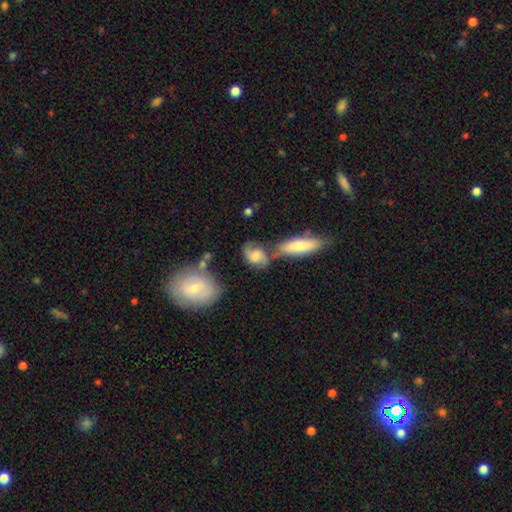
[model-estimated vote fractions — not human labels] A featured or disk galaxy (51%).

Vote fractions:
- Smooth or featured? featured or disk: 51% / smooth: 41% / star or artifact: 8%
- Edge-on disk? no: 92% / yes: 8%
- Merging? none: 38% / merger: 32% / minor disturbance: 19% / major disturbance: 11%